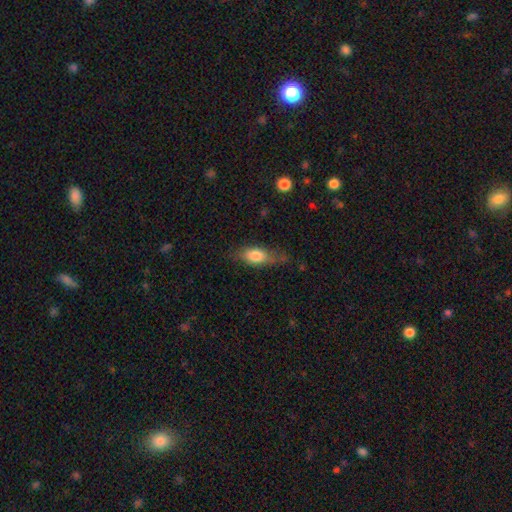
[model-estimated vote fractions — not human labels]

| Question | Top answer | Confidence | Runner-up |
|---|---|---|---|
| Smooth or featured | smooth | 73% | featured or disk (20%) |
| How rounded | in between | 74% | cigar-shaped (21%) |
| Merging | none | 58% | minor disturbance (29%) |